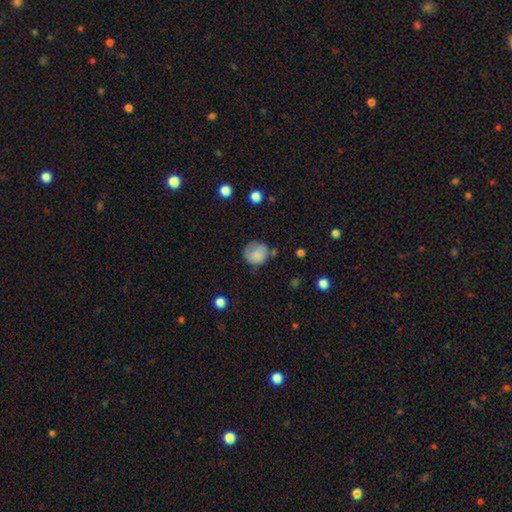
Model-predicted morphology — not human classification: Smooth or featured? smooth (81%)
How rounded? round (84%)
Merging? none (59%)